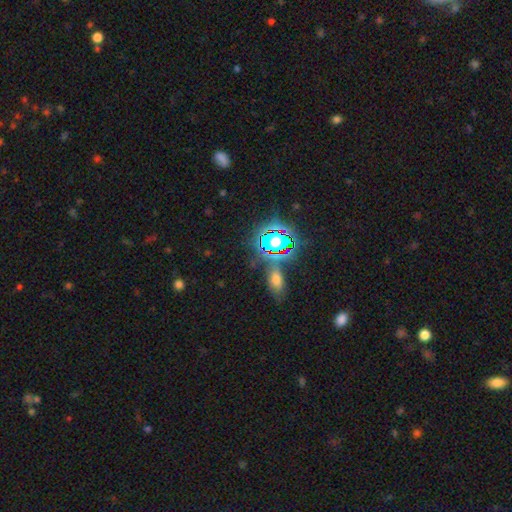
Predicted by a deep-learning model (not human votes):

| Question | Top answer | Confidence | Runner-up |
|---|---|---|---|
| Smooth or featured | star or artifact | 75% | smooth (16%) |